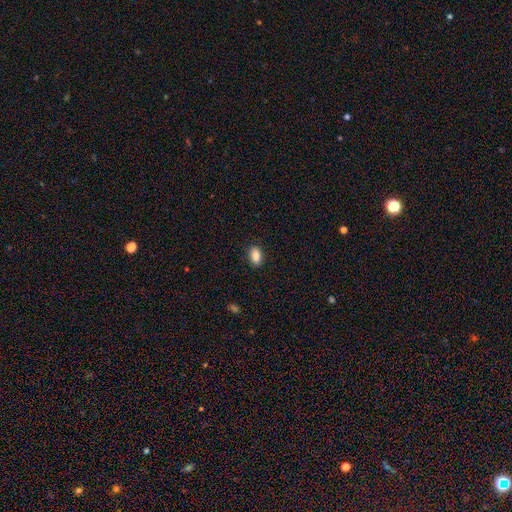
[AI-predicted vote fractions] smooth_or_featured: smooth (p=0.86) [alt: star or artifact p=0.08]
how_rounded: in between (p=0.89) [alt: round p=0.07]
merging: none (p=0.88) [alt: minor disturbance p=0.09]